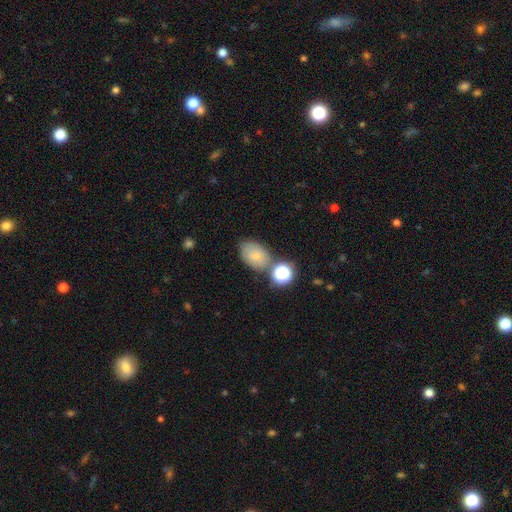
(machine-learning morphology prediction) Smooth or featured? Predicted: smooth (p=0.71). How rounded? Predicted: in between (p=0.78). Merging? Predicted: none (p=0.62).